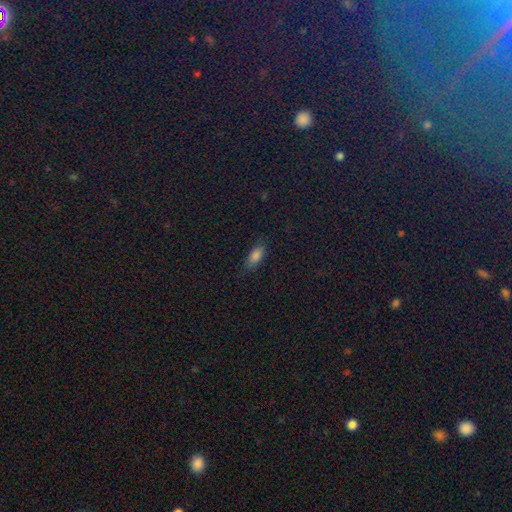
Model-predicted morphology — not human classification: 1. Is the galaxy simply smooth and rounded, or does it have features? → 81% smooth, 10% star or artifact, 9% featured or disk.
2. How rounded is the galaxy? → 81% in between, 16% cigar-shaped, 3% round.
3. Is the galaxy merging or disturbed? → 82% none, 14% minor disturbance, 3% major disturbance, 1% merger.